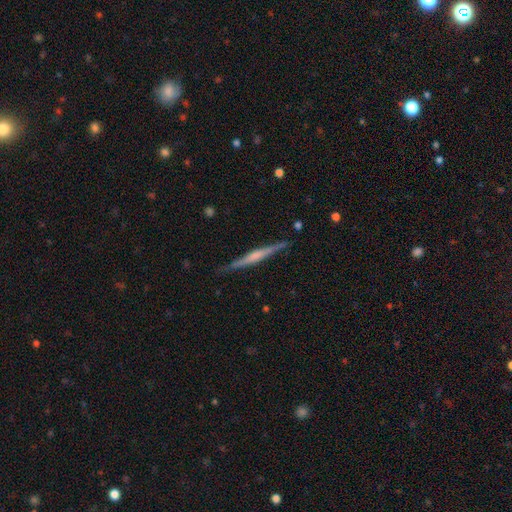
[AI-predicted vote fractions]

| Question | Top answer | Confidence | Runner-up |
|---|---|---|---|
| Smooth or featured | featured or disk | 66% | smooth (29%) |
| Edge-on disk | yes | 98% | no (2%) |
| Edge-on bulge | rounded | 39% | none (35%) |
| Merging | none | 86% | minor disturbance (11%) |